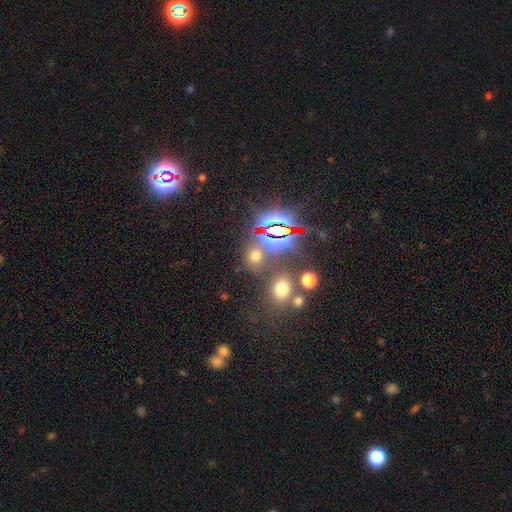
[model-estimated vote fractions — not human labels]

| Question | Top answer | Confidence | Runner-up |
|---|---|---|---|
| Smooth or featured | smooth | 48% | star or artifact (44%) |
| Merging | none | 70% | merger (15%) |